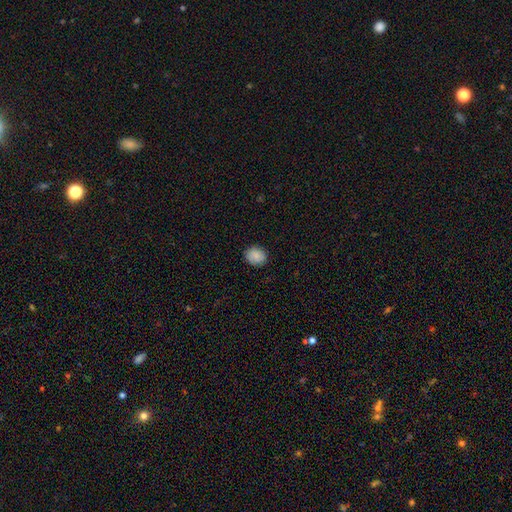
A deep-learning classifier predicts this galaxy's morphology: The model was most divided on "how rounded": round: 65%, in between: 34%, cigar-shaped: 1%. More confident: smooth or featured — smooth (88%); merging — none (87%).